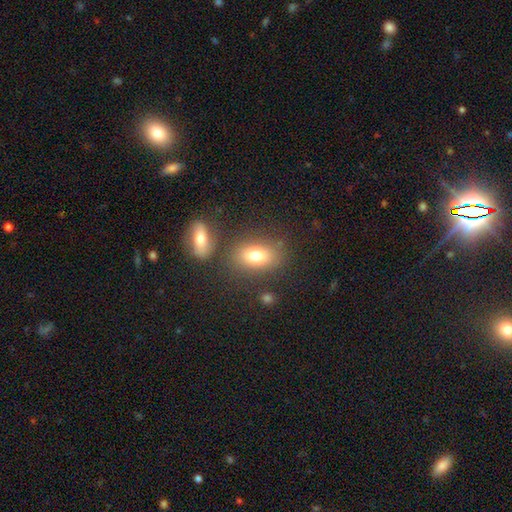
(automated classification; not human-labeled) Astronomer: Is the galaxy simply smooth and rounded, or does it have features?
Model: smooth — 76%.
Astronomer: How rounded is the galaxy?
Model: in between — 78%.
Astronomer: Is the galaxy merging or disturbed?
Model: none — 74%.